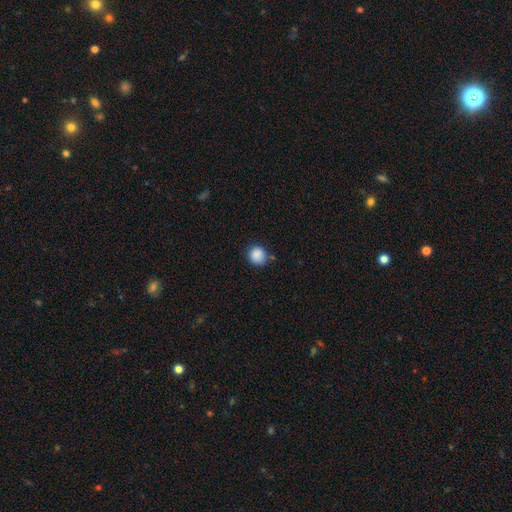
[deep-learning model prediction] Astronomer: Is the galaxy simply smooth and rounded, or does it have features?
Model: smooth — 88%.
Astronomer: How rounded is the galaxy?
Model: round — 88%.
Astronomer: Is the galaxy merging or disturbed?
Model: none — 75%.